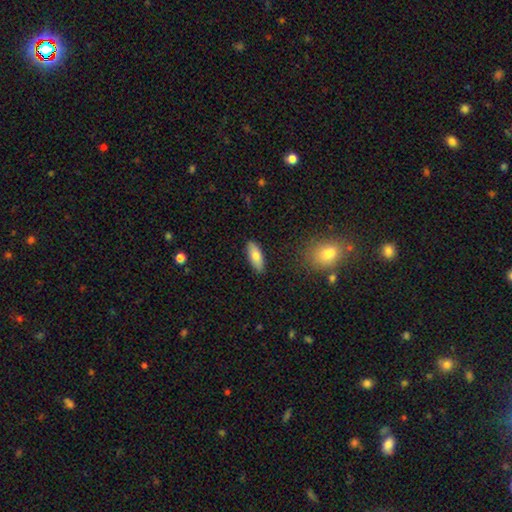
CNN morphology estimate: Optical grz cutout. It shows a smooth galaxy with no disk features (76%) that is in between round and cigar-shaped (74%). Merging: none (88%).